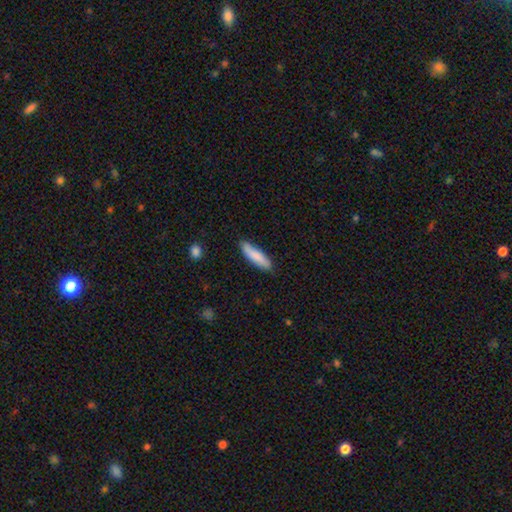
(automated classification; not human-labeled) smooth_or_featured: smooth (p=0.82) [alt: featured or disk p=0.13]
how_rounded: cigar-shaped (p=0.72) [alt: in between p=0.26]
merging: none (p=0.84) [alt: minor disturbance p=0.13]